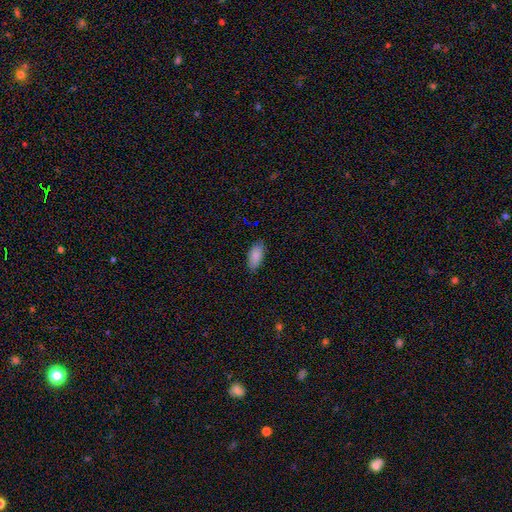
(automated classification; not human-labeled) This is clearly a smooth galaxy (88%). How rounded: clearly in between (89%). Merging: clearly none (85%).